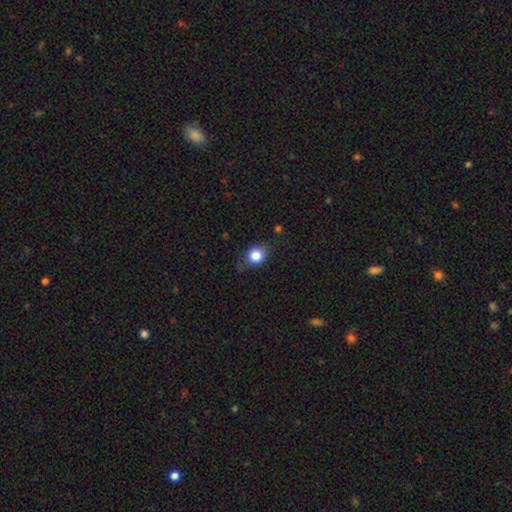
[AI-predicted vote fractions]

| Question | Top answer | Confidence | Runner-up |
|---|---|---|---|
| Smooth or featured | smooth | 80% | featured or disk (10%) |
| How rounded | round | 68% | in between (31%) |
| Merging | none | 71% | minor disturbance (21%) |